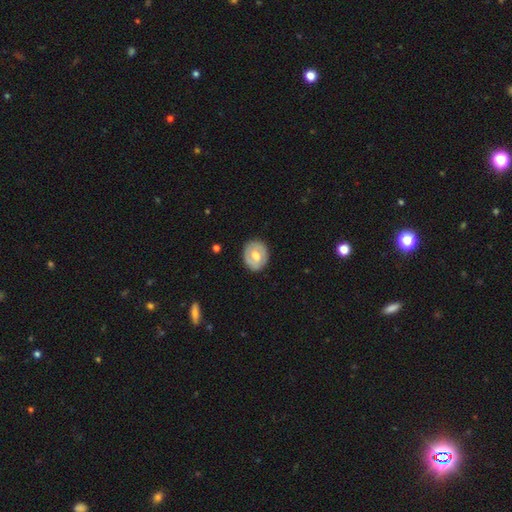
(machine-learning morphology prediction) Overall: featured or disk (47%, tied with smooth). Merging: none (85%).